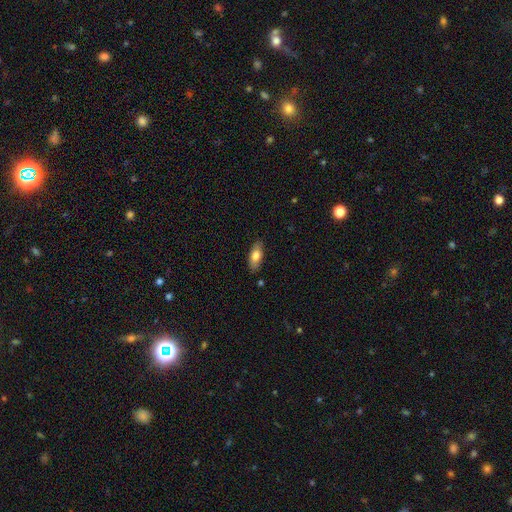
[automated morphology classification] This is likely a smooth galaxy (75%). How rounded: clearly in between (81%). Merging: clearly none (84%).